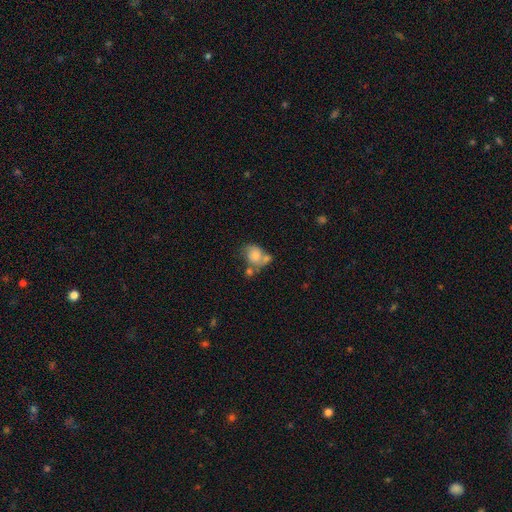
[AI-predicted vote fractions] smooth_or_featured: smooth (p=0.67) [alt: featured or disk p=0.24]
how_rounded: in between (p=0.53) [alt: round p=0.46]
merging: merger (p=0.42) [alt: none p=0.27]